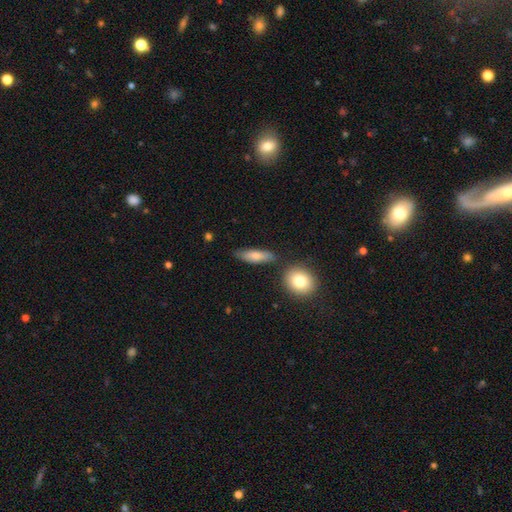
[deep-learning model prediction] Smooth or featured? smooth (73%)
How rounded? in between (49%)
Merging? none (75%)